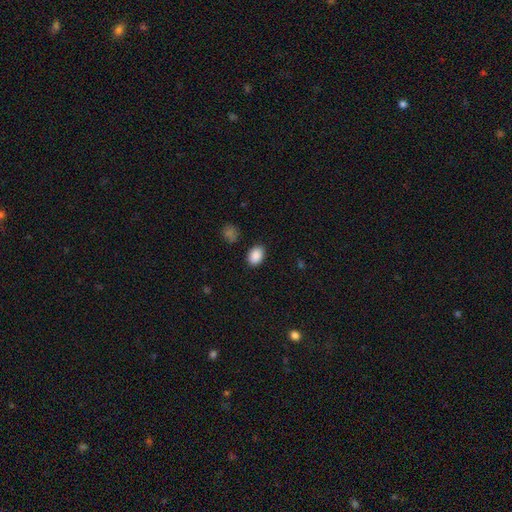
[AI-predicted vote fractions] This is clearly a smooth galaxy (89%). How rounded: clearly in between (81%). Merging: clearly none (86%).